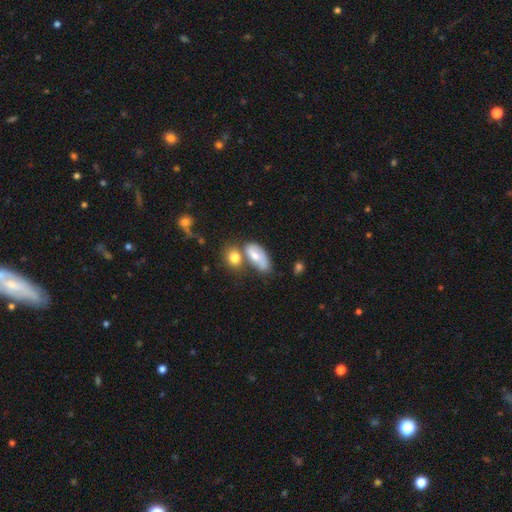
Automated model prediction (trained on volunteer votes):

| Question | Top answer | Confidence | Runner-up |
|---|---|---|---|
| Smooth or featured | smooth | 57% | featured or disk (35%) |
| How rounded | in between | 85% | cigar-shaped (8%) |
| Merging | merger | 38% | none (35%) |